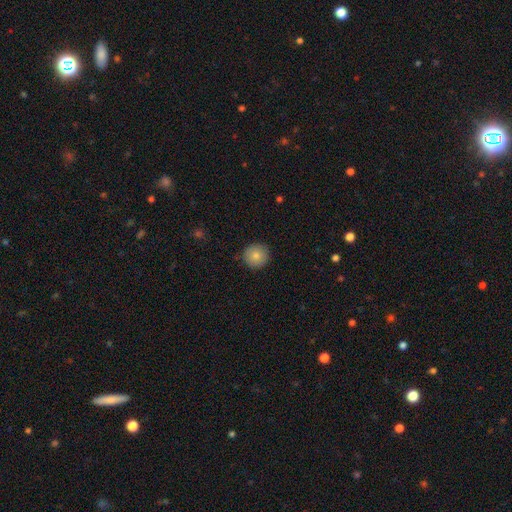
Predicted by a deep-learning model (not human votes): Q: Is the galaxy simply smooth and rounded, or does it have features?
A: smooth — 82%.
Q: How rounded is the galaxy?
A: round — 94%.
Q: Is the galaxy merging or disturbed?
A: none — 91%.